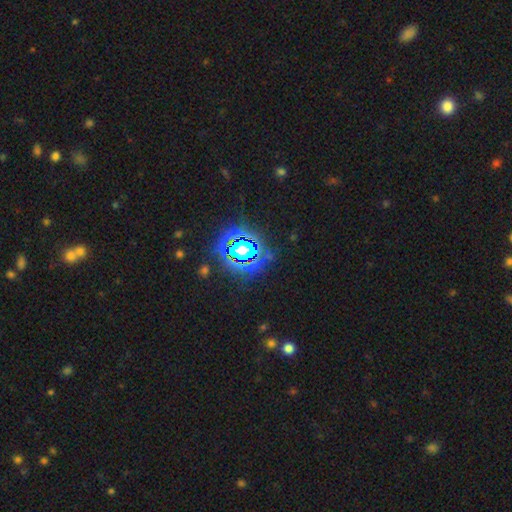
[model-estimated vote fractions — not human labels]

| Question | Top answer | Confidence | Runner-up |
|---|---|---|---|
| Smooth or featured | star or artifact | 81% | smooth (12%) |